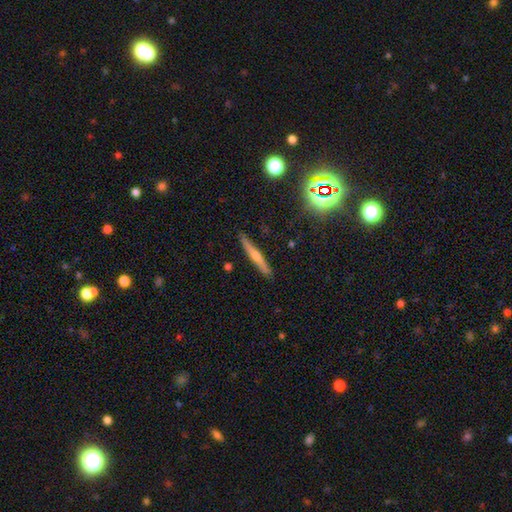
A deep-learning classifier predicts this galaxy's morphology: Smooth or featured?
  - featured or disk: 55% *
  - smooth: 35%
  - star or artifact: 10%
Edge-on disk?
  - yes: 96% *
  - no: 4%
Edge-on bulge?
  - rounded: 69% *
  - none: 24%
  - boxy: 6%
Merging?
  - none: 90% *
  - minor disturbance: 7%
  - major disturbance: 2%
  - merger: 1%